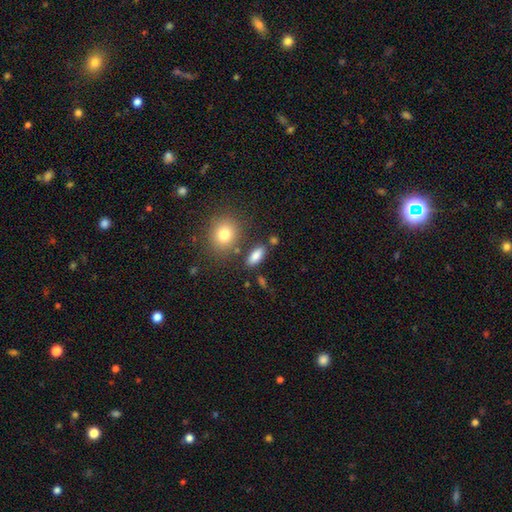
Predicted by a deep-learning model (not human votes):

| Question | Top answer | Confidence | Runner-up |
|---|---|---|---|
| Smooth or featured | smooth | 84% | star or artifact (9%) |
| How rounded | in between | 80% | cigar-shaped (14%) |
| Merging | none | 79% | minor disturbance (11%) |